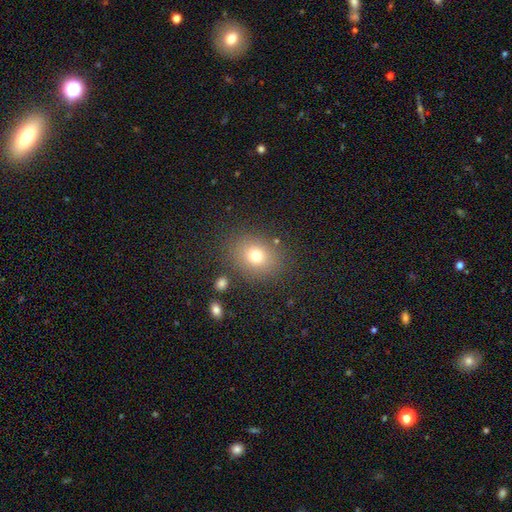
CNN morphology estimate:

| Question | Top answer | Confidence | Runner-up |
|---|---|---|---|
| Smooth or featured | smooth | 75% | star or artifact (14%) |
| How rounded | round | 56% | in between (43%) |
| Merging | none | 83% | minor disturbance (10%) |